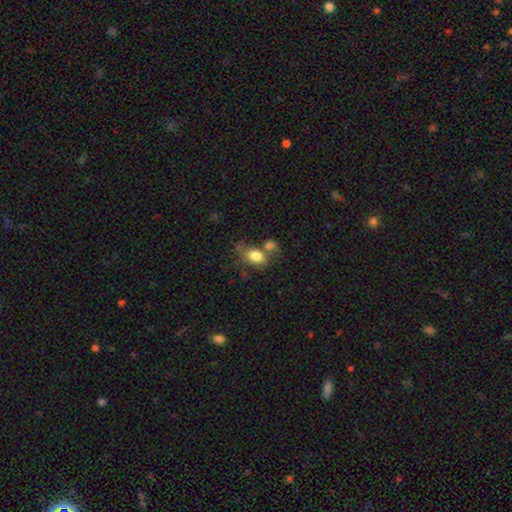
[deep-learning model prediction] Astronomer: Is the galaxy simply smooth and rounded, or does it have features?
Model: smooth — 78%.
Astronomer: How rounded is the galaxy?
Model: in between — 70%.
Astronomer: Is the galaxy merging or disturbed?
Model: none — 41% (runner-up: merger, 34%).